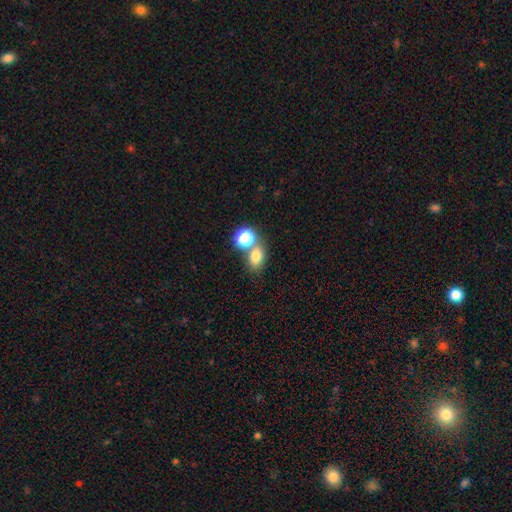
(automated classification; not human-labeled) Morphology: type=smooth (75%); roundness=in between (58%); merging=none (52%).